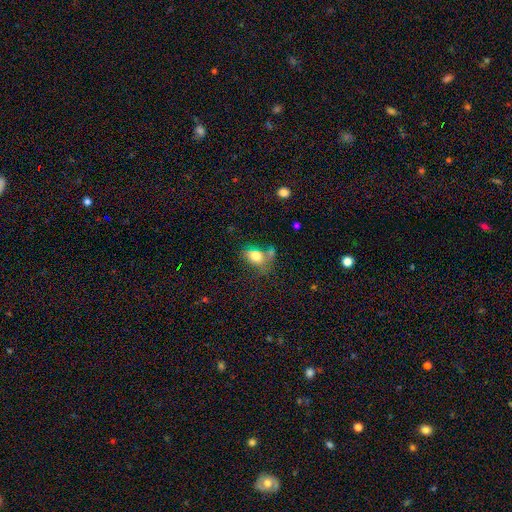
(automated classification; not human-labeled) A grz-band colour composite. It shows a smooth galaxy with no disk features (74%) that is in between round and cigar-shaped (69%). Merging: none (41%).